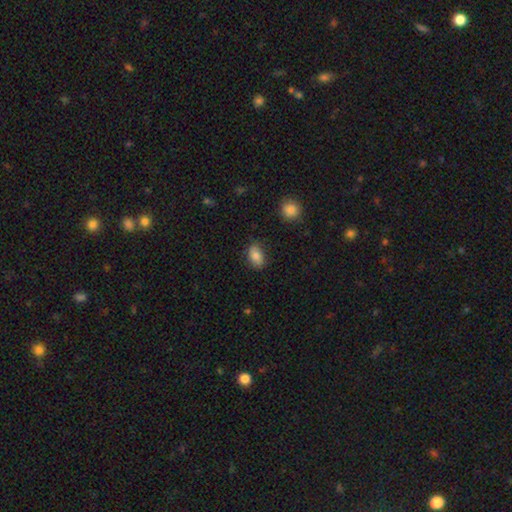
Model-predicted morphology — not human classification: A smooth galaxy with no disk features (82%) that is in between round and cigar-shaped (86%). Merging: none (78%).